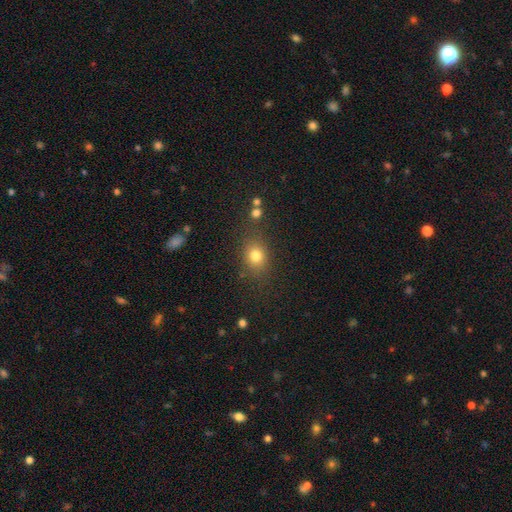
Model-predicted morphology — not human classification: Smooth or featured? Predicted: smooth (p=0.78). How rounded? Predicted: round (p=0.51). Merging? Predicted: none (p=0.76).